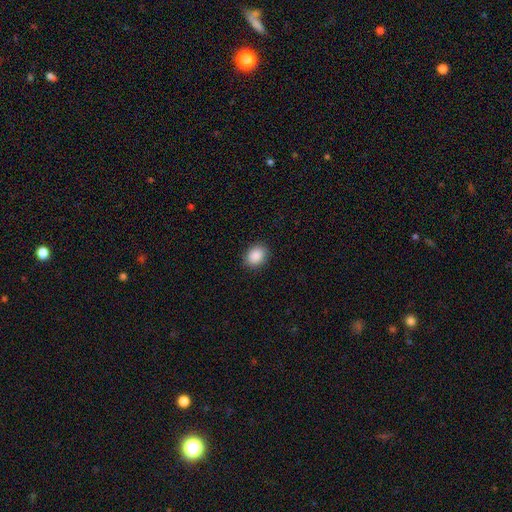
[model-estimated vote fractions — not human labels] This appears to be a smooth galaxy with no disk features (89%) that is in between round and cigar-shaped (53%). Merging: none (89%).